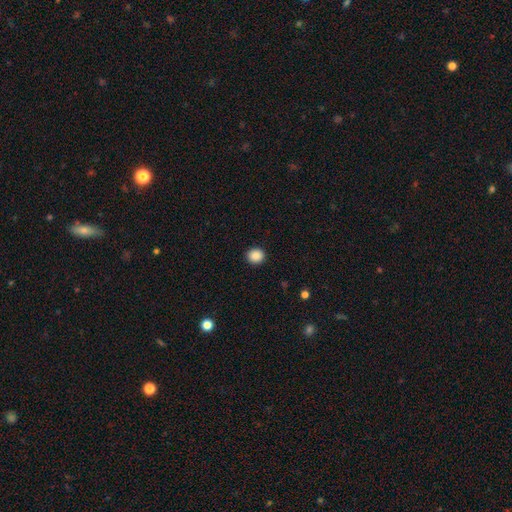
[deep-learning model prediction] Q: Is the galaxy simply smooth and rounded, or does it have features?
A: smooth — 88%.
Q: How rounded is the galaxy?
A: round — 84%.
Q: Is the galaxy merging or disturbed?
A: none — 92%.